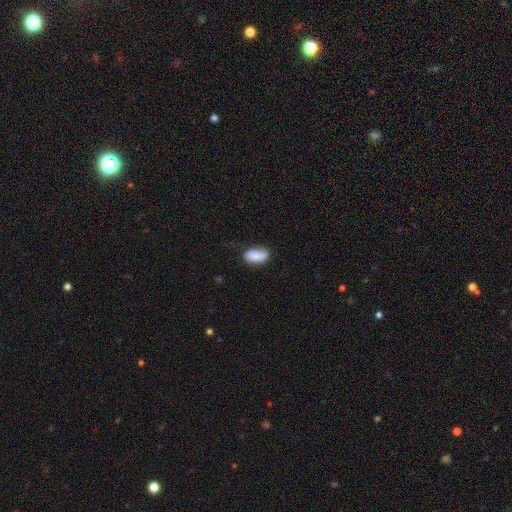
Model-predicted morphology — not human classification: Overall: smooth (79%). How rounded: in between (92%). Merging: none (65%; minor disturbance 27%).